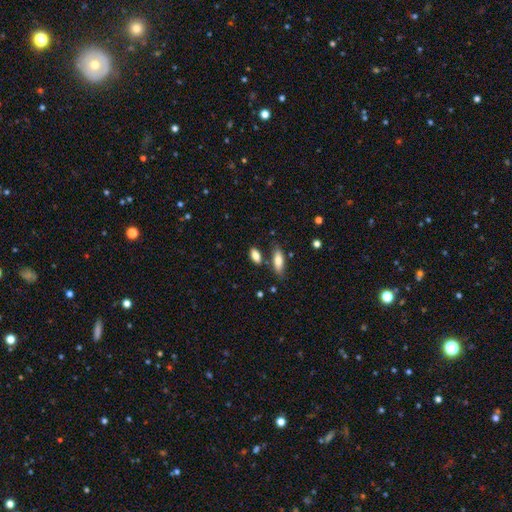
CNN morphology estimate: Q: Smooth or featured?
A: smooth (81%); runner-up: featured or disk (11%)
Q: How rounded?
A: in between (79%); runner-up: cigar-shaped (17%)
Q: Merging?
A: none (72%); runner-up: minor disturbance (13%)